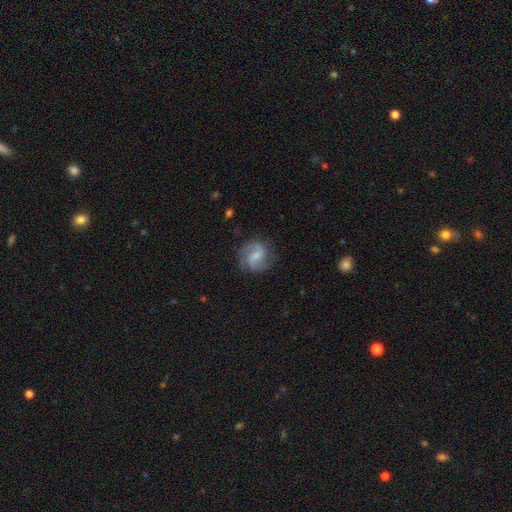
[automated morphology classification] This is likely a featured or disk galaxy (80%). It is clearly not viewed edge-on (98%). Bar: possibly weak (57%). Spiral arm pattern: clearly yes (95%). Spiral arm count: clearly 2 (87%). Spiral winding: possibly medium (51%). Central bulge: possibly small (45%). Merging: likely none (77%).